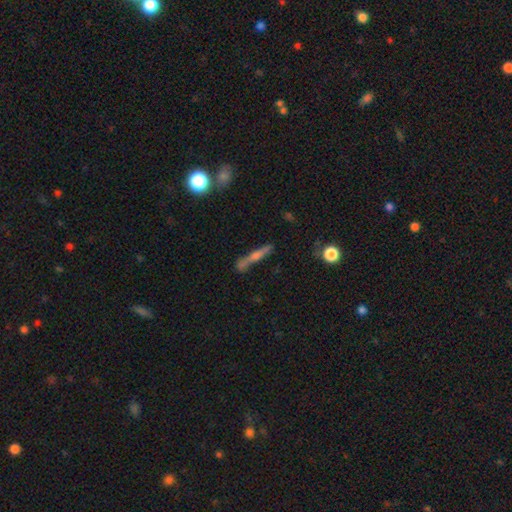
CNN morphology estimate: Overall: featured or disk (57%; smooth 33%). Edge-on disk: yes (93%). Edge-on bulge: rounded (70%). Merging: none (74%).